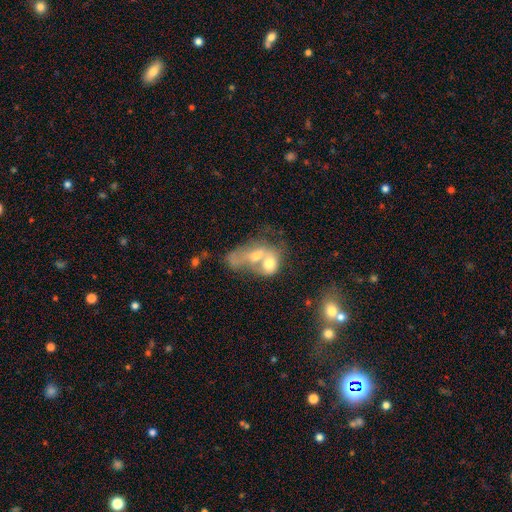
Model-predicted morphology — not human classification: Q: Smooth or featured?
A: smooth (54%); runner-up: featured or disk (37%)
Q: How rounded?
A: in between (65%); runner-up: round (32%)
Q: Merging?
A: merger (78%); runner-up: major disturbance (10%)